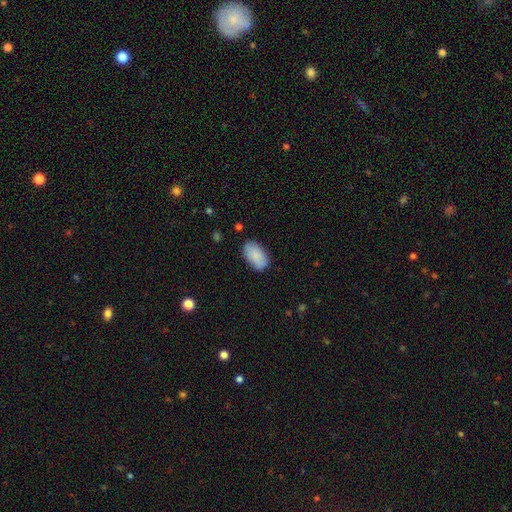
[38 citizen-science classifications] Smooth or featured? 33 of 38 (87%) said smooth. How rounded? 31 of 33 (94%) said in between. Merging? 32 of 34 (94%) said none.